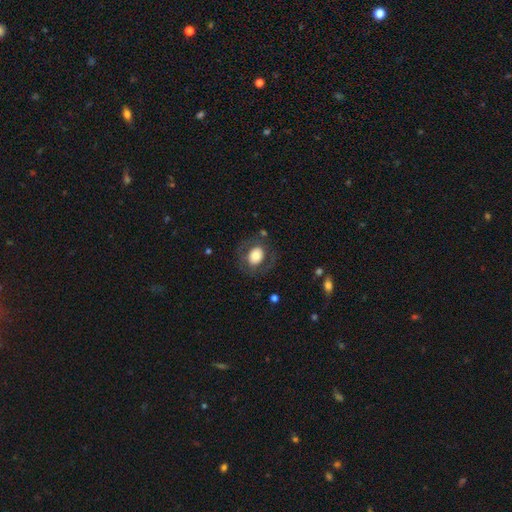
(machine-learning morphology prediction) The model was most divided on "how rounded": in between: 55%, round: 44%, cigar-shaped: 1%. More confident: merging — none (73%); smooth or featured — smooth (63%).